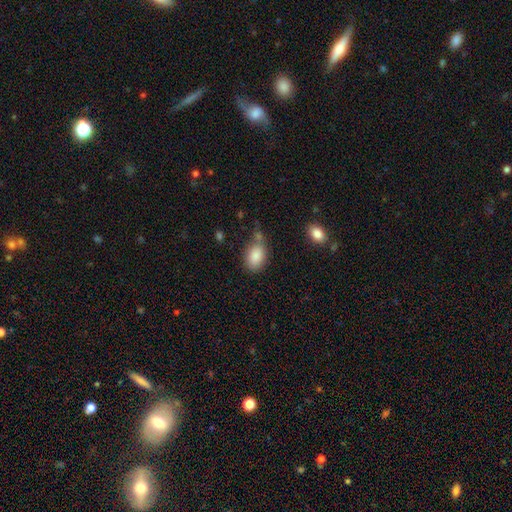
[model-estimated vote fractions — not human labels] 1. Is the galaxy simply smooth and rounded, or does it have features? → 86% smooth, 8% star or artifact, 6% featured or disk.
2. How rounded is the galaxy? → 86% in between, 12% round, 1% cigar-shaped.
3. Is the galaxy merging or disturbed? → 58% none, 22% minor disturbance, 13% merger, 7% major disturbance.